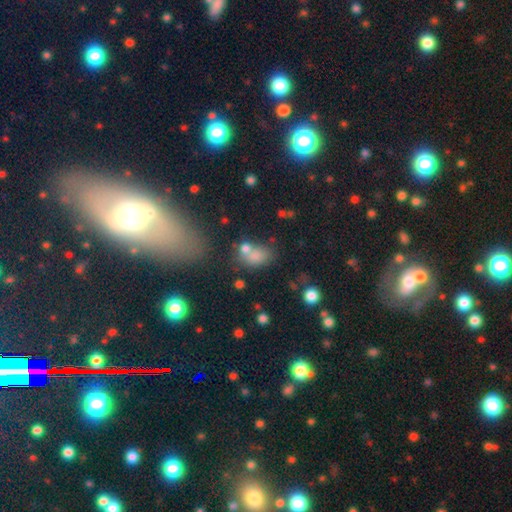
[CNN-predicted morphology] smooth 73%, star or artifact 16%, featured or disk 11%. Down the decision tree: how rounded — in between (72%); merging — none (42%).